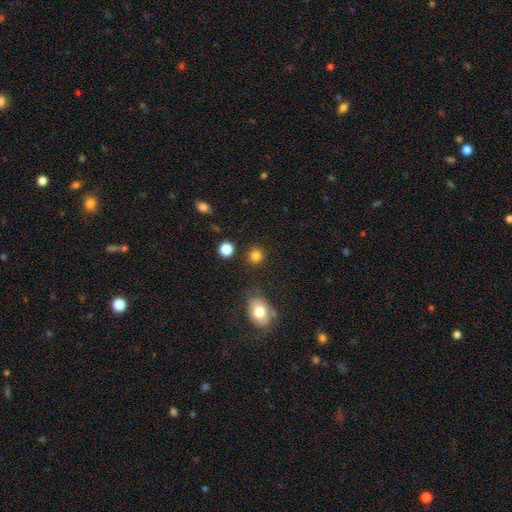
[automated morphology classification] Q: Smooth or featured?
A: smooth (83%); runner-up: star or artifact (12%)
Q: How rounded?
A: round (85%); runner-up: in between (14%)
Q: Merging?
A: none (86%); runner-up: minor disturbance (7%)